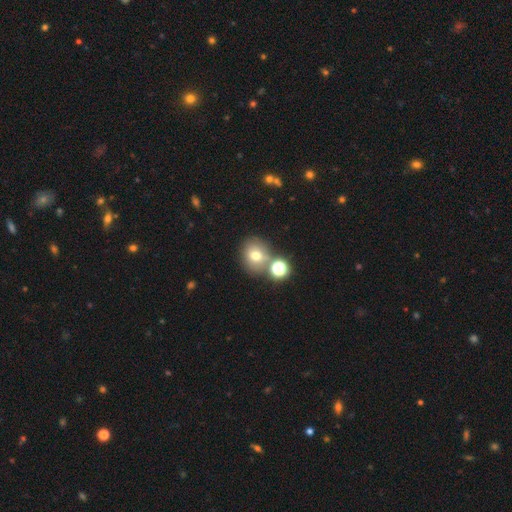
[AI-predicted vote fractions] Smooth or featured? smooth (70%)
How rounded? round (75%)
Merging? none (61%)